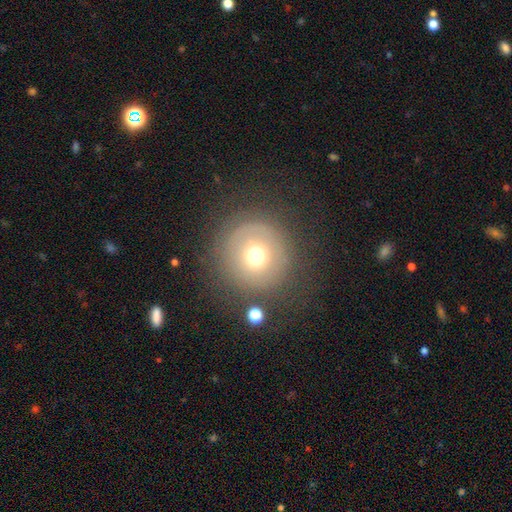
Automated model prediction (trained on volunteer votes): This appears to be a smooth galaxy with no disk features (62%) that is round (95%). Merging: none (77%).